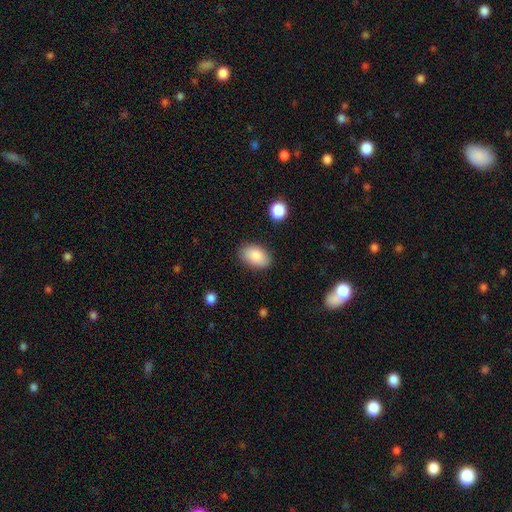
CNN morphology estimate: A smooth galaxy with no disk features (88%) that is in between round and cigar-shaped (92%).

Vote fractions:
- Smooth or featured? smooth: 88% / star or artifact: 7% / featured or disk: 6%
- How rounded? in between: 92% / round: 7% / cigar-shaped: 1%
- Merging? none: 85% / minor disturbance: 11% / major disturbance: 3% / merger: 1%